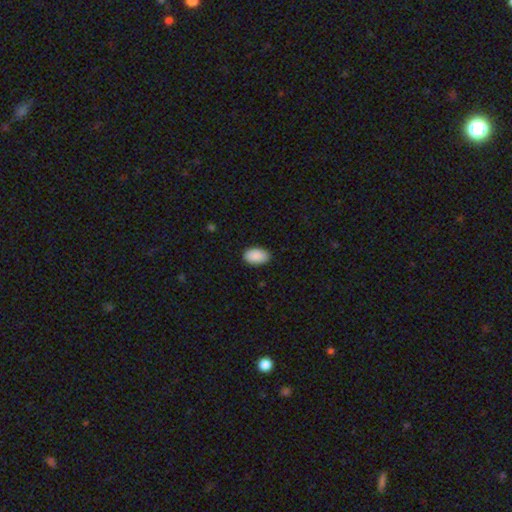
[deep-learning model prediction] Smooth or featured: smooth — 91% (star or artifact — 6%)
How rounded: in between — 94% (round — 5%)
Merging: none — 85% (minor disturbance — 12%)